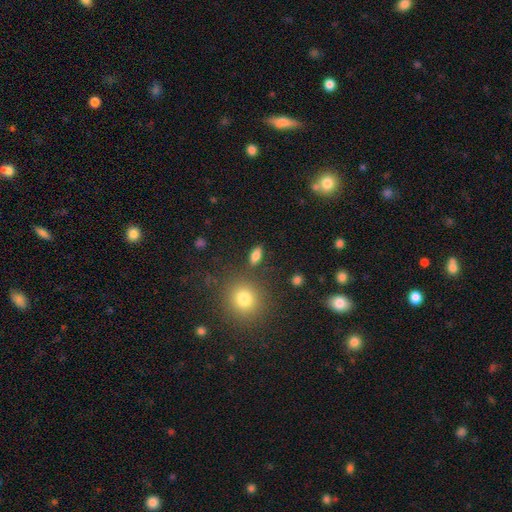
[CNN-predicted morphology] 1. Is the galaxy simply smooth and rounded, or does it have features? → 80% smooth, 10% star or artifact, 10% featured or disk.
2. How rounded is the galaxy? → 77% in between, 13% cigar-shaped, 10% round.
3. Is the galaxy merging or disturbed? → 83% none, 10% minor disturbance, 4% merger, 3% major disturbance.